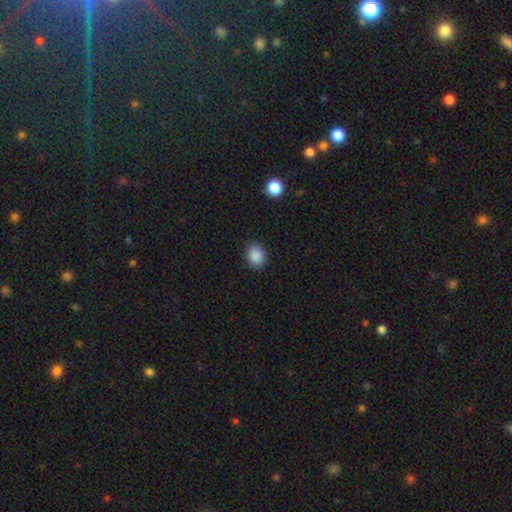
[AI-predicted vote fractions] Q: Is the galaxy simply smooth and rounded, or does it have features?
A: smooth — 88%.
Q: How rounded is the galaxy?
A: in between — 54%.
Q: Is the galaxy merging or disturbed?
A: none — 86%.